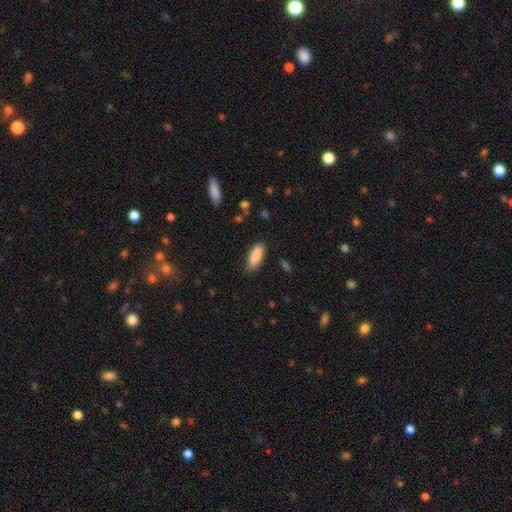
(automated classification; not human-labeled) The model was most divided on "how rounded": in between: 70%, cigar-shaped: 29%, round: 2%. More confident: smooth or featured — smooth (88%); merging — none (81%).